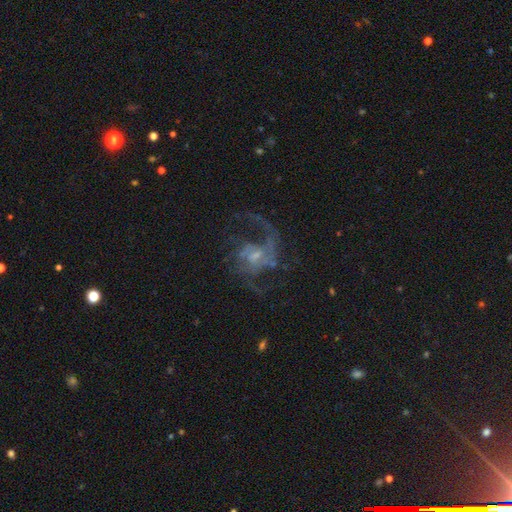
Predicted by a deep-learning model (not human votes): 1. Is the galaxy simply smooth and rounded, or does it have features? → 83% featured or disk, 9% star or artifact, 8% smooth.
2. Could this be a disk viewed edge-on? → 98% no, 2% yes.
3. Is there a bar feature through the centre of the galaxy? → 47% no, 44% weak, 9% strong.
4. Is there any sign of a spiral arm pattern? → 91% yes, 9% no.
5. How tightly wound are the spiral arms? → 49% loose, 40% medium, 11% tight.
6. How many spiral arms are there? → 40% 2, 18% 1, 16% can't tell, 15% 3, 5% 4, 5% more than 4.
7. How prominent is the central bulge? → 56% small, 28% moderate, 12% none, 3% large, 1% dominant.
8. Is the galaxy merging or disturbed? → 50% none, 33% major disturbance, 14% minor disturbance, 3% merger.